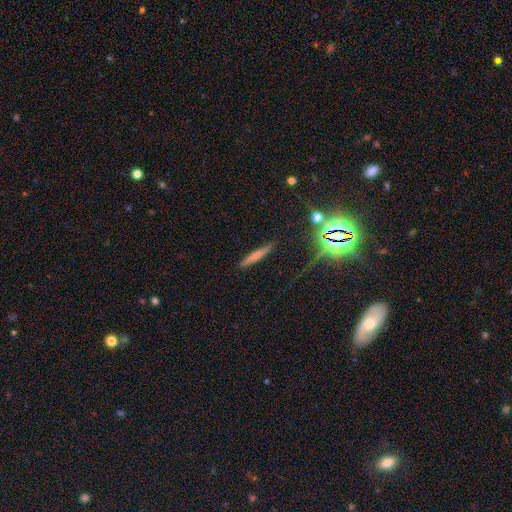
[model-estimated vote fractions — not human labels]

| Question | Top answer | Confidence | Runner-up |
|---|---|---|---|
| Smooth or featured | smooth | 62% | featured or disk (25%) |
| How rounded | cigar-shaped | 92% | in between (6%) |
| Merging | none | 84% | minor disturbance (11%) |